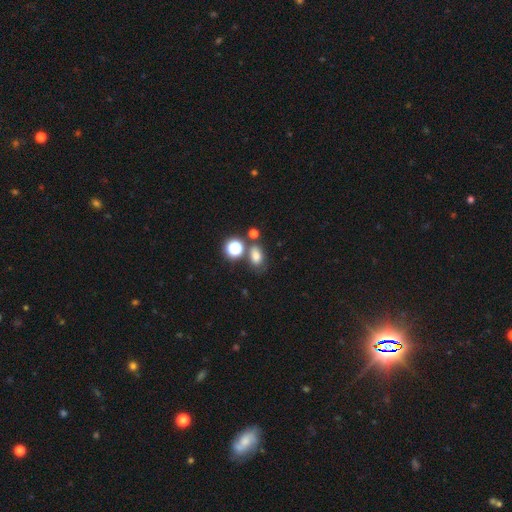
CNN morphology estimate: Overall: smooth (72%). How rounded: in between (72%). Merging: none (63%).